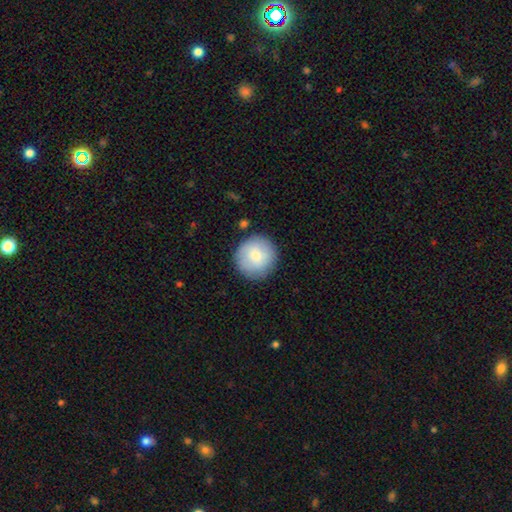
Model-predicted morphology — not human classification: smooth-or-featured: smooth: 78% | featured or disk: 16% | star or artifact: 6%
  how-rounded: round: 95% | in between: 4% | cigar-shaped: 1%
  merging: none: 85% | minor disturbance: 10% | major disturbance: 3% | merger: 2%